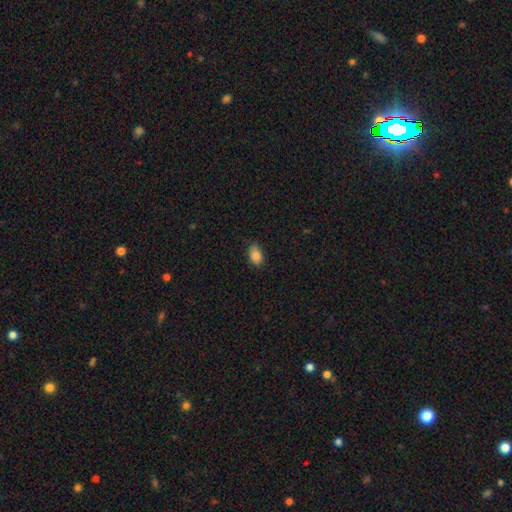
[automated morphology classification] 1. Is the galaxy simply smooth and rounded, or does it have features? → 84% smooth, 9% star or artifact, 7% featured or disk.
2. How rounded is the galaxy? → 86% in between, 12% round, 2% cigar-shaped.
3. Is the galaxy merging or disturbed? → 76% none, 20% minor disturbance, 3% major disturbance, 1% merger.